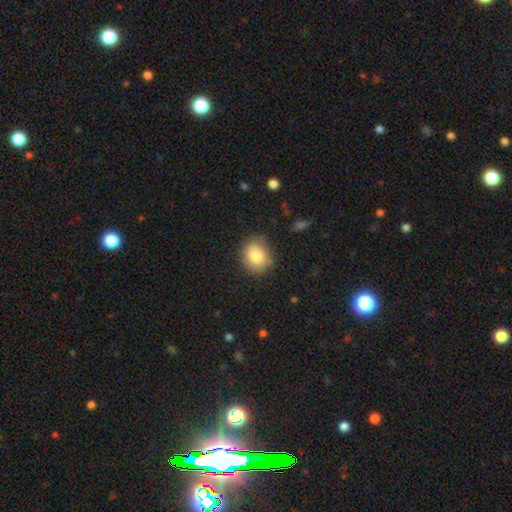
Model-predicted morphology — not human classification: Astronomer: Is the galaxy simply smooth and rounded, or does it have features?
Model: smooth — 84%.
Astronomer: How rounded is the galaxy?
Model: round — 68%.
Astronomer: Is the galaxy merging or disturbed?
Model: none — 80%.